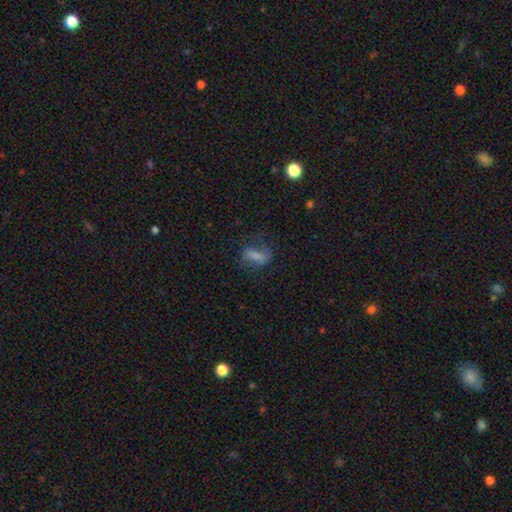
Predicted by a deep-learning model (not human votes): Morphology: type=smooth (56%); roundness=in between (65%); merging=none (62%).